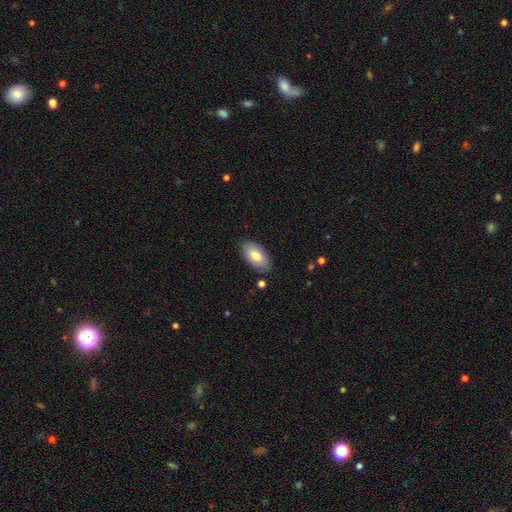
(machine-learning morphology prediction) Q: Smooth or featured?
A: smooth (76%); runner-up: featured or disk (18%)
Q: How rounded?
A: in between (95%); runner-up: round (3%)
Q: Merging?
A: none (85%); runner-up: minor disturbance (11%)